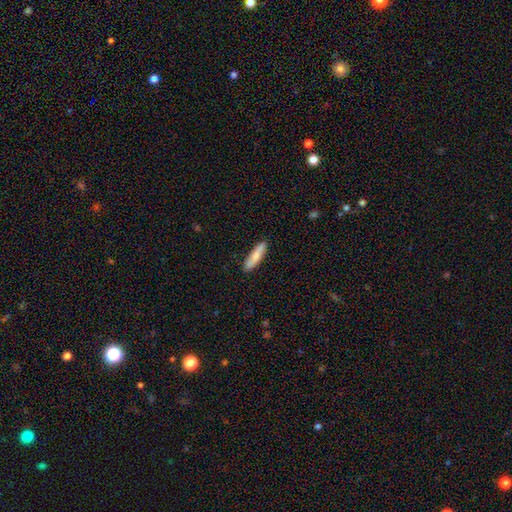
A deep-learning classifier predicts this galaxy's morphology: This appears to be a smooth galaxy with no disk features (74%) that is cigar-shaped (79%). Merging: none (88%).